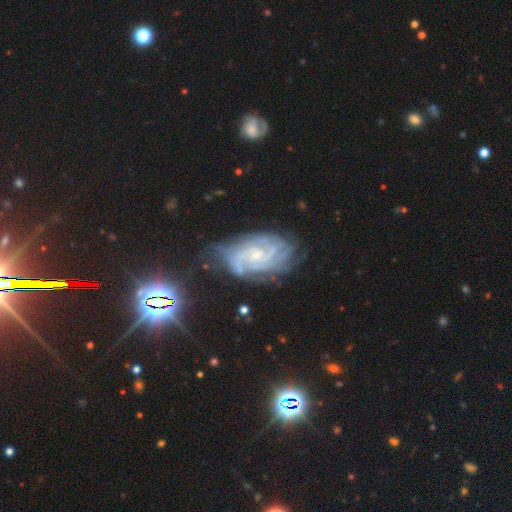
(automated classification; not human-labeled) This is clearly a featured or disk galaxy (83%). It is clearly not viewed edge-on (96%). Bar: likely no (66%). Spiral arm pattern: clearly yes (97%). Spiral arm count: marginally can't tell (33%). Spiral winding: likely tight (68%). Central bulge: likely small (75%). Merging: likely none (65%).